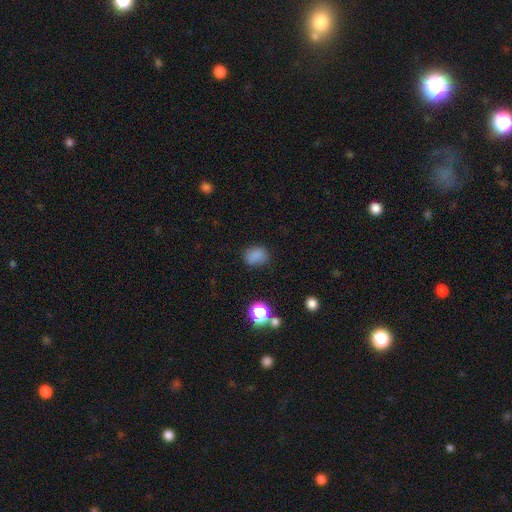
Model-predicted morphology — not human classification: Q: Smooth or featured?
A: smooth (80%); runner-up: star or artifact (14%)
Q: How rounded?
A: in between (60%); runner-up: round (39%)
Q: Merging?
A: none (78%); runner-up: minor disturbance (16%)